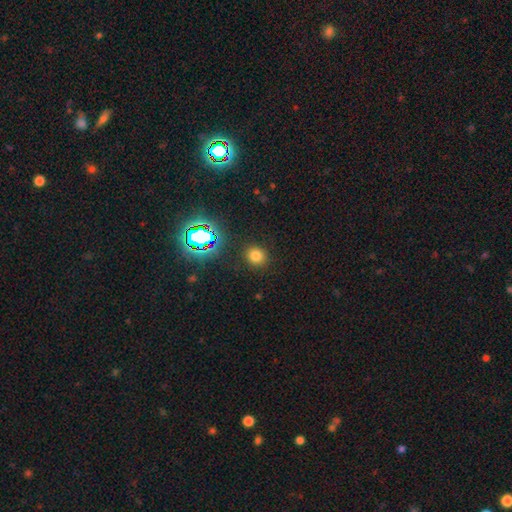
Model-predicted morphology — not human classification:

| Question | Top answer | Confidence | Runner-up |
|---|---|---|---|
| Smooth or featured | smooth | 74% | star or artifact (20%) |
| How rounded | round | 83% | in between (16%) |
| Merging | none | 88% | minor disturbance (7%) |